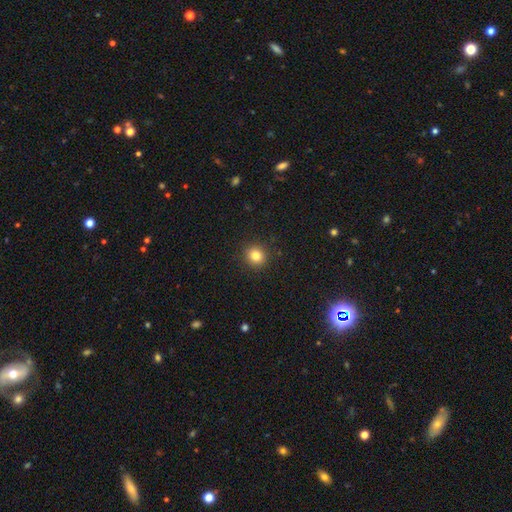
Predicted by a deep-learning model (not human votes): This is clearly a smooth galaxy (82%). How rounded: clearly round (89%). Merging: clearly none (91%).